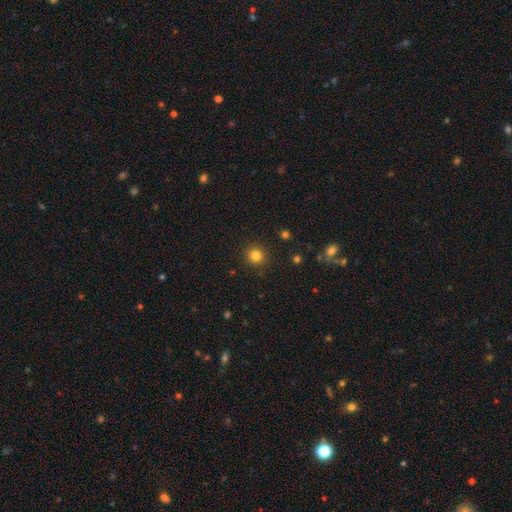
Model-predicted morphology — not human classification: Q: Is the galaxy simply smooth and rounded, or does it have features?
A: smooth — 82%.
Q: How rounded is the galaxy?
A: round — 93%.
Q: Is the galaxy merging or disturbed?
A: none — 91%.